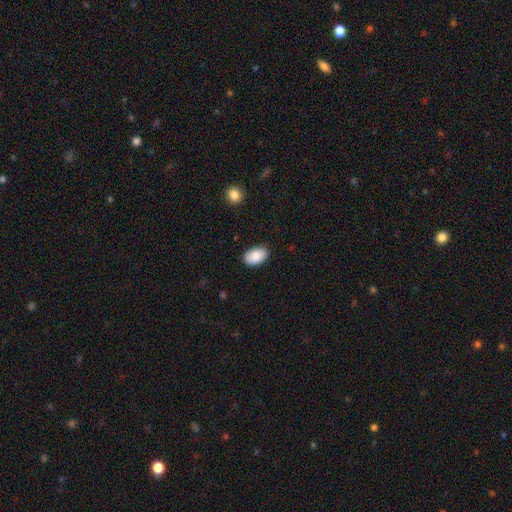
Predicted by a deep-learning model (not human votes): Smooth or featured?
  - smooth: 84% *
  - featured or disk: 10%
  - star or artifact: 6%
How rounded?
  - in between: 92% *
  - round: 7%
  - cigar-shaped: 1%
Merging?
  - none: 84% *
  - minor disturbance: 12%
  - major disturbance: 2%
  - merger: 1%